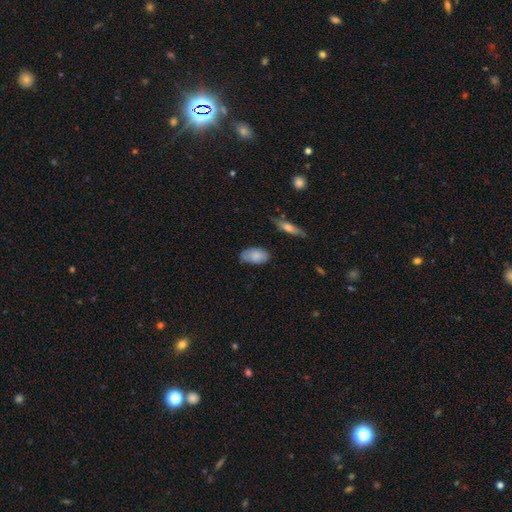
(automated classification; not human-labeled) The model was most divided on "merging": none: 66%, minor disturbance: 27%, major disturbance: 5%, merger: 2%. More confident: how rounded — in between (92%); smooth or featured — smooth (80%).